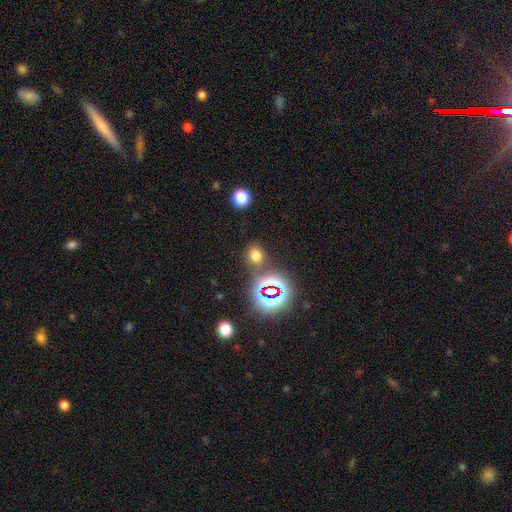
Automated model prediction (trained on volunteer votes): Smooth or featured?
  - smooth: 65% *
  - star or artifact: 28%
  - featured or disk: 7%
How rounded?
  - round: 69% *
  - in between: 29%
  - cigar-shaped: 1%
Merging?
  - none: 76% *
  - minor disturbance: 10%
  - merger: 10%
  - major disturbance: 4%